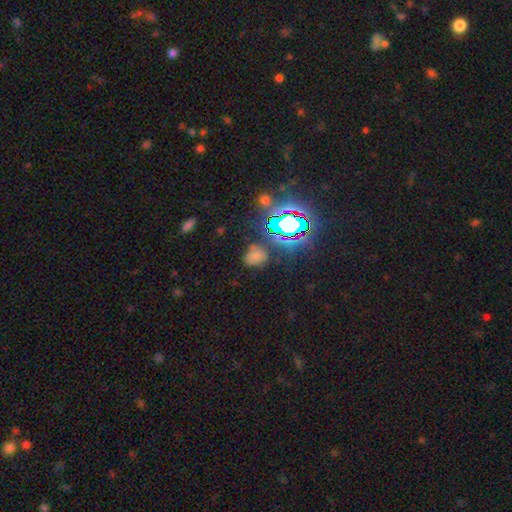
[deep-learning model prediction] smooth_or_featured: smooth (p=0.56) [alt: star or artifact p=0.34]
how_rounded: in between (p=0.55) [alt: round p=0.43]
merging: none (p=0.66) [alt: minor disturbance p=0.19]